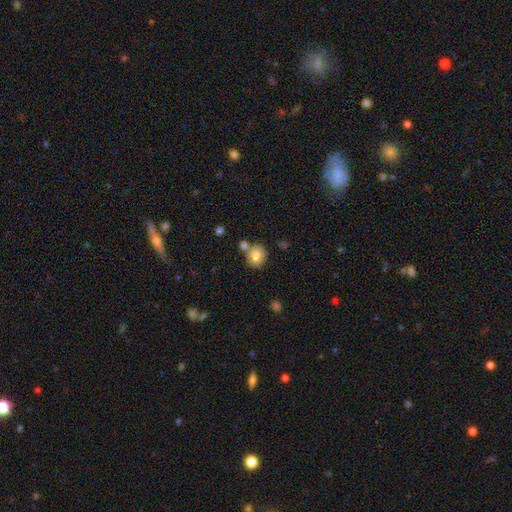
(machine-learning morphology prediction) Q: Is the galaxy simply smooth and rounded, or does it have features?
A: smooth — 75%.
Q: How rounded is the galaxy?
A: round — 71%.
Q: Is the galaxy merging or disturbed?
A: none — 66%.